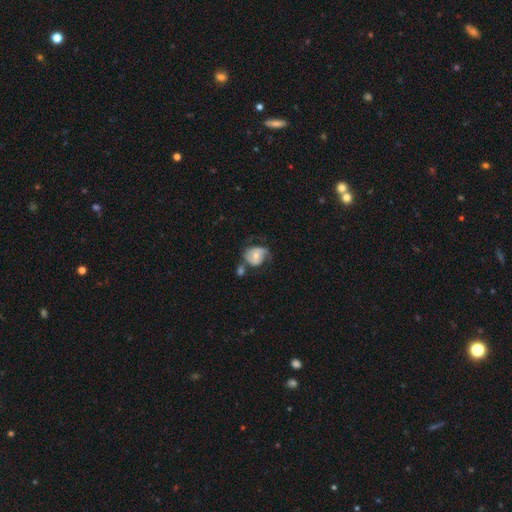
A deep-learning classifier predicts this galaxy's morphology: Smooth or featured?
  - featured or disk: 63% *
  - smooth: 30%
  - star or artifact: 7%
Edge-on disk?
  - no: 97% *
  - yes: 3%
Bar?
  - no: 58% *
  - weak: 33%
  - strong: 9%
Spiral arms?
  - yes: 82% *
  - no: 18%
Spiral winding?
  - medium: 41% *
  - tight: 34%
  - loose: 26%
Spiral arm count?
  - 2: 59% *
  - 1: 22%
  - can't tell: 14%
  - 3: 3%
  - 4: 1%
  - more than 4: 1%
Bulge size?
  - moderate: 54% *
  - small: 40%
  - large: 3%
  - none: 3%
  - dominant: 1%
Merging?
  - none: 42% *
  - minor disturbance: 26%
  - major disturbance: 18%
  - merger: 14%